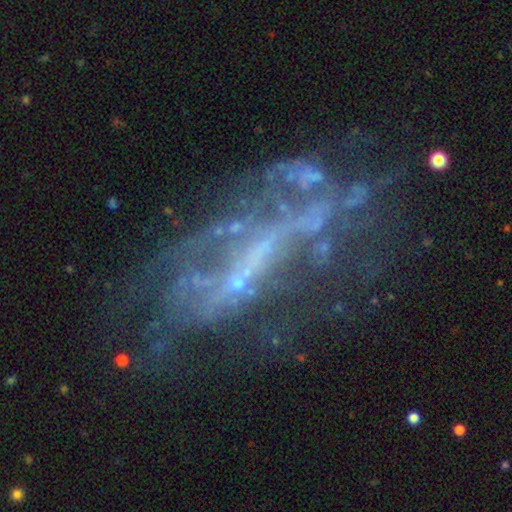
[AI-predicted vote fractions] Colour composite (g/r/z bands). It shows a featured or disk galaxy (71%) with no bar (46%), no spiral arms (57%) and no central bulge (54%). Merging: none (44%).